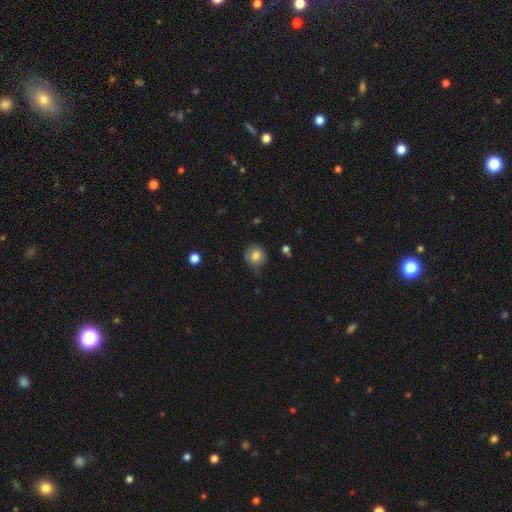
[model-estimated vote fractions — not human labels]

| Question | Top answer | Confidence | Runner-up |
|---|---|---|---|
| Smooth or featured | smooth | 78% | featured or disk (13%) |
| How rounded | round | 78% | in between (21%) |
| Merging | none | 69% | minor disturbance (24%) |